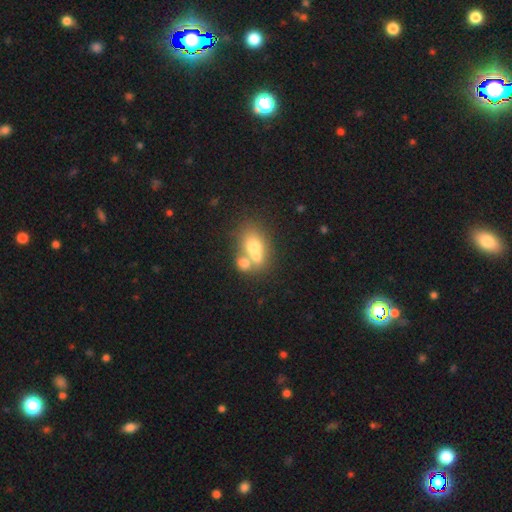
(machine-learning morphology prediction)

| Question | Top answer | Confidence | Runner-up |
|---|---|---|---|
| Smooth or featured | smooth | 62% | featured or disk (26%) |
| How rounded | in between | 62% | round (36%) |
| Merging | merger | 61% | none (25%) |